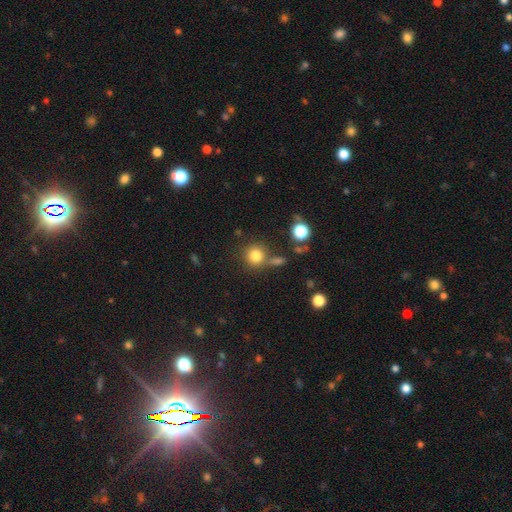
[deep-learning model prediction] Overall: smooth (81%). How rounded: round (90%). Merging: none (71%).